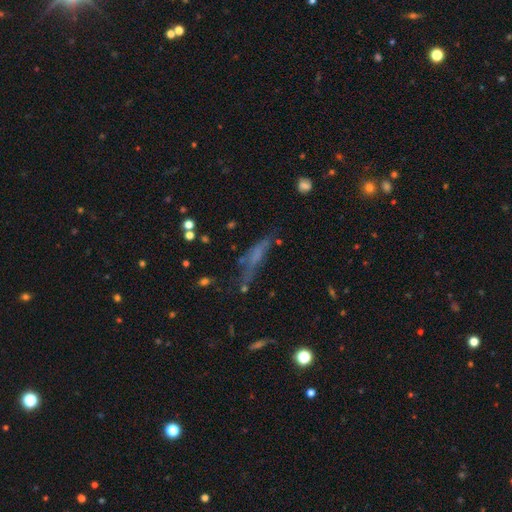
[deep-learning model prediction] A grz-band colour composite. It shows a smooth galaxy with no disk features (47%). Merging: none (49%).